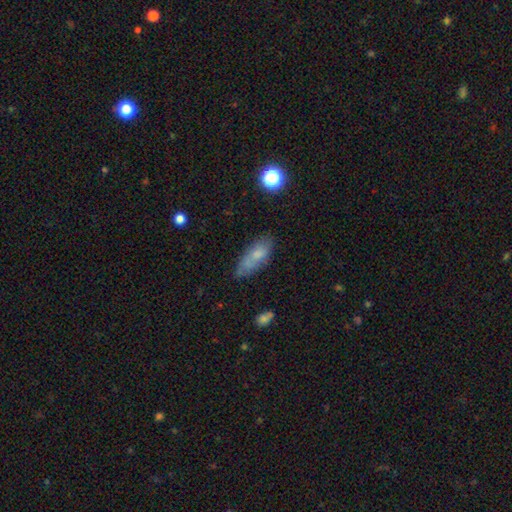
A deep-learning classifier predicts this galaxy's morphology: Smooth or featured? Predicted: smooth (p=0.67). How rounded? Predicted: in between (p=0.74). Merging? Predicted: none (p=0.58).